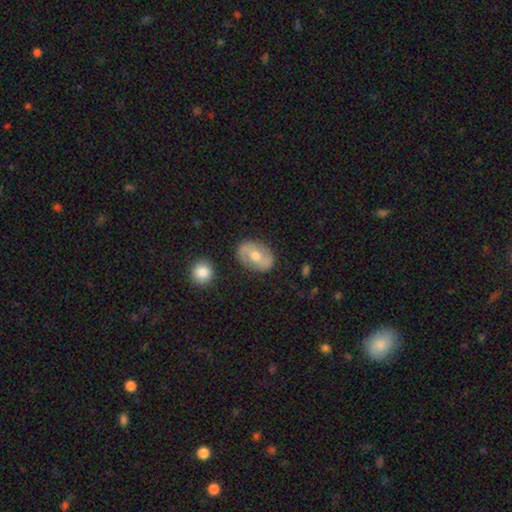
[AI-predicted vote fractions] Q: Smooth or featured?
A: featured or disk (52%); runner-up: smooth (41%)
Q: Edge-on disk?
A: no (95%); runner-up: yes (5%)
Q: Merging?
A: none (82%); runner-up: minor disturbance (12%)